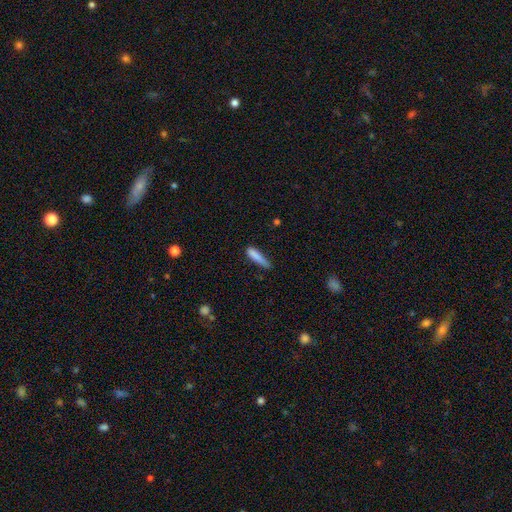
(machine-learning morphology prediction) type=smooth (83%); roundness=cigar-shaped (82%); merging=none (56%).